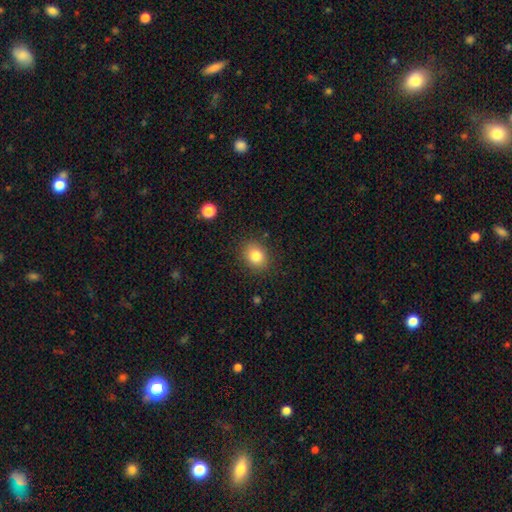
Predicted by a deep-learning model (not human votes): This is clearly a smooth galaxy (83%). How rounded: possibly round (59%). Merging: clearly none (86%).